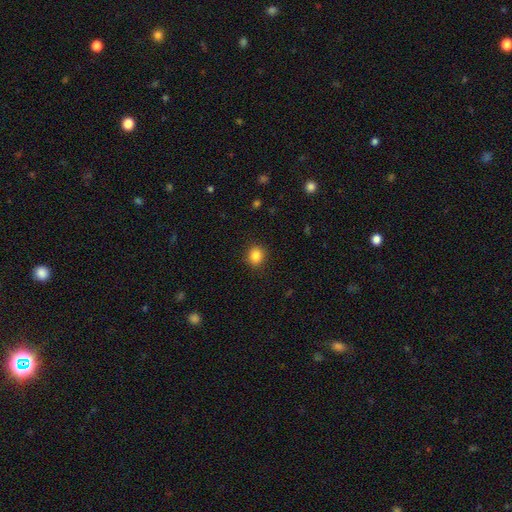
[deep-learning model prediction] Overall: smooth (85%). How rounded: round (77%). Merging: none (90%).